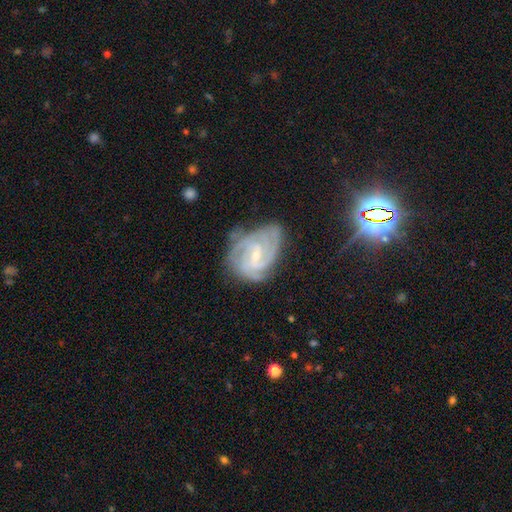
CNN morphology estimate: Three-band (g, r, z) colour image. It shows a featured or disk galaxy (89%) with a weak bar (49%), 3 (41%) tight (64%) spiral arms (98%) and a small central bulge (70%). Merging: none (66%).